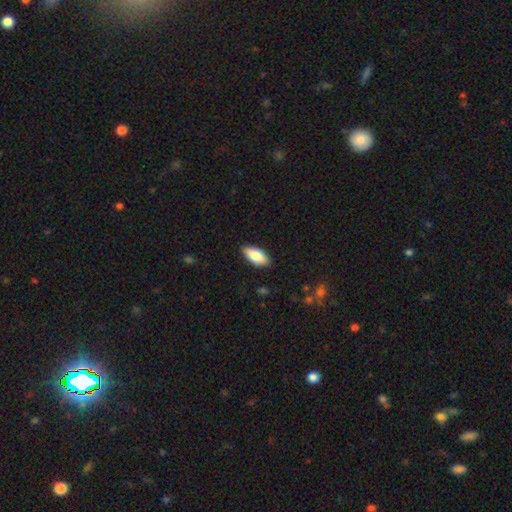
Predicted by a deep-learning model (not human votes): This is clearly a smooth galaxy (81%). How rounded: clearly in between (82%). Merging: clearly none (88%).